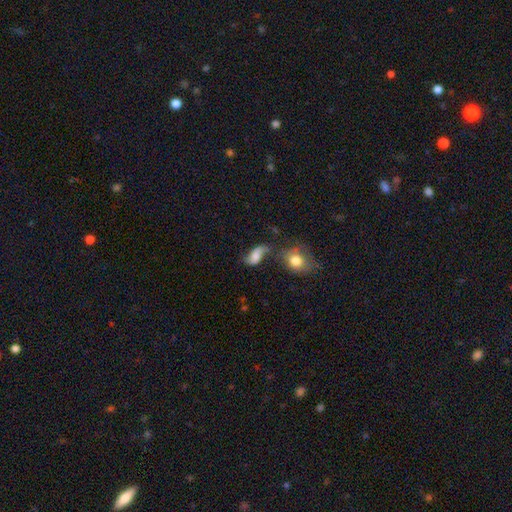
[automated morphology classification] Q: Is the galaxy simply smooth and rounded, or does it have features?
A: smooth — 48%.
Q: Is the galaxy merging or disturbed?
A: none — 42%.